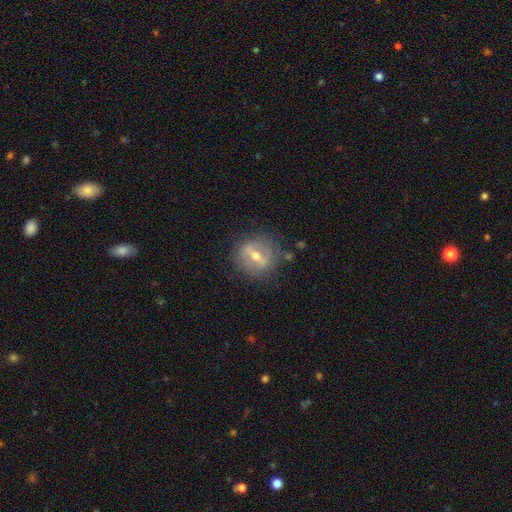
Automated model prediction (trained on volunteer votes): This appears to be a featured or disk galaxy (66%) with a strong bar (64%), no spiral arms (78%) and a moderate central bulge (64%). Merging: none (80%).